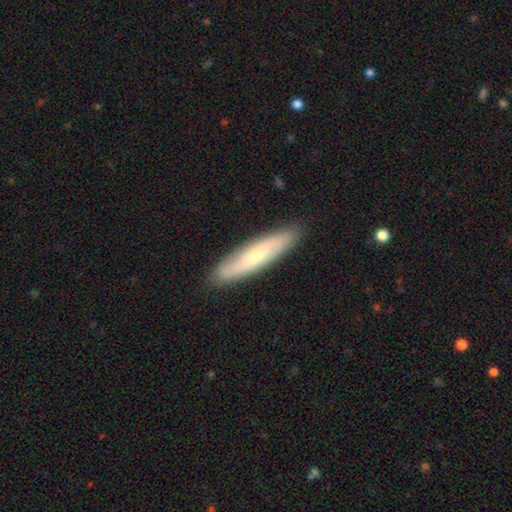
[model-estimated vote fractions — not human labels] This appears to be a smooth galaxy with no disk features (55%) that is cigar-shaped (82%). Merging: none (88%).